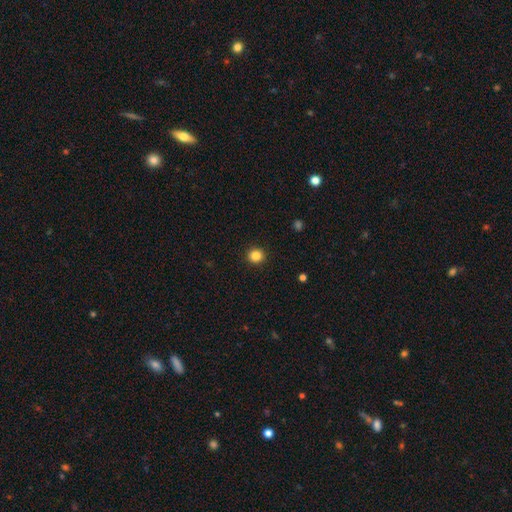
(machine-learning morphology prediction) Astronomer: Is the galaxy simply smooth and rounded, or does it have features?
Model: smooth — 85%.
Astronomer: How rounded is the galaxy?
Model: round — 93%.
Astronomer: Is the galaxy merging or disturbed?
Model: none — 93%.